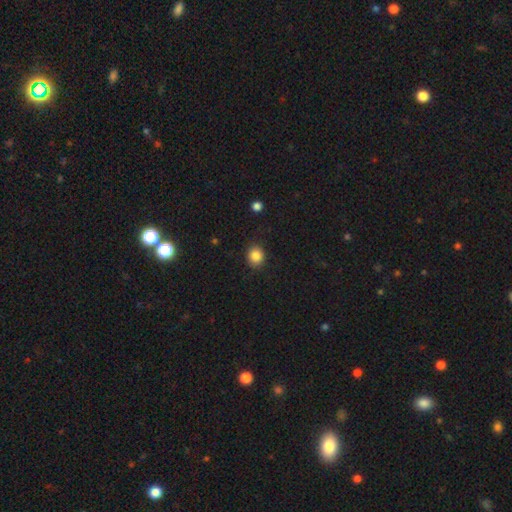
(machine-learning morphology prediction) smooth_or_featured: smooth (p=0.85) [alt: star or artifact p=0.10]
how_rounded: round (p=0.77) [alt: in between p=0.22]
merging: none (p=0.87) [alt: minor disturbance p=0.09]